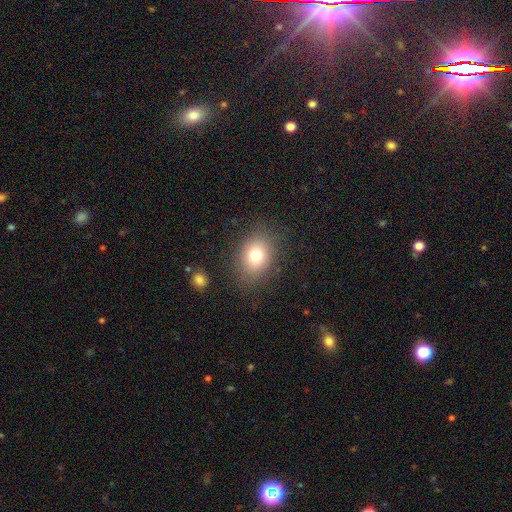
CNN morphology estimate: This appears to be a smooth galaxy with no disk features (76%) that is in between round and cigar-shaped (57%). Merging: none (81%).